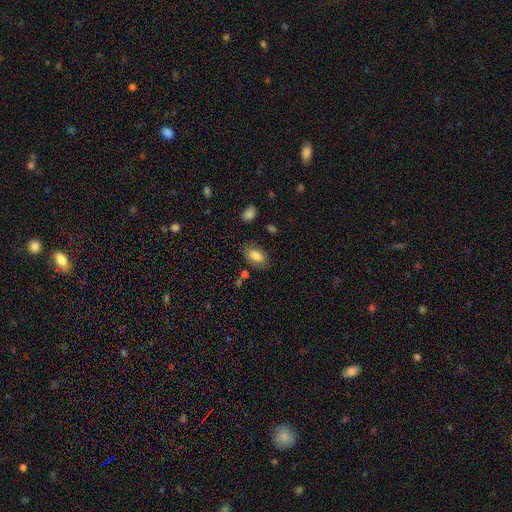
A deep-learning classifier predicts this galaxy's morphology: This is clearly a smooth galaxy (80%). How rounded: clearly in between (91%). Merging: likely none (76%).